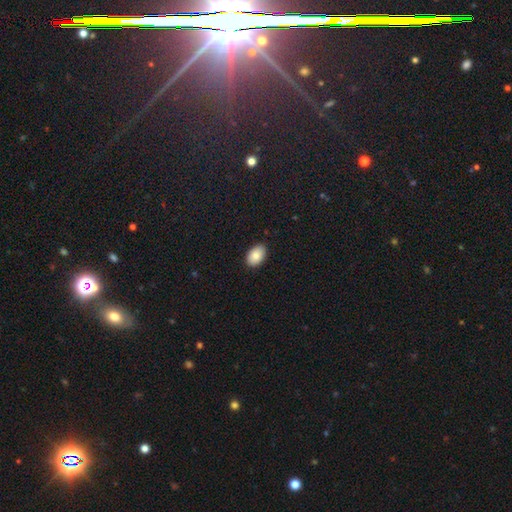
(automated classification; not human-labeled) smooth_or_featured: smooth (p=0.84) [alt: featured or disk p=0.08]
how_rounded: in between (p=0.90) [alt: round p=0.09]
merging: none (p=0.89) [alt: minor disturbance p=0.09]